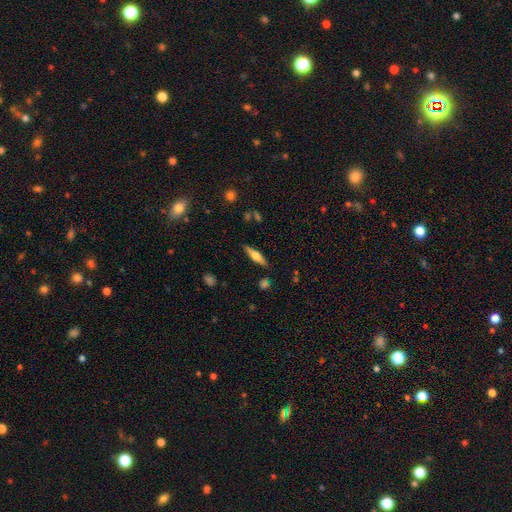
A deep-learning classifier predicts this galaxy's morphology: Smooth or featured? featured or disk (55%)
Edge-on disk? yes (95%)
Edge-on bulge? rounded (89%)
Merging? none (85%)